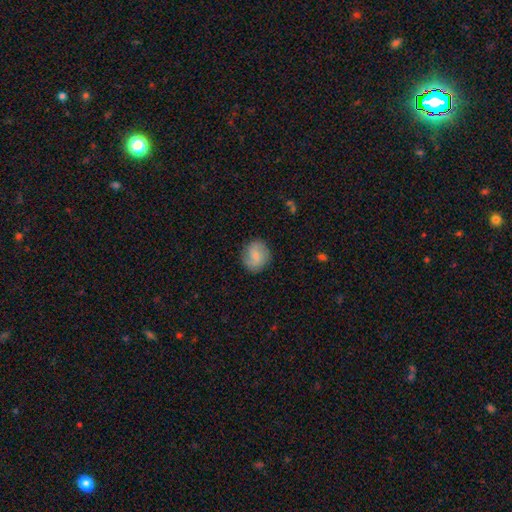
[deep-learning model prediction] Q: Smooth or featured?
A: smooth (65%); runner-up: featured or disk (28%)
Q: How rounded?
A: round (78%); runner-up: in between (21%)
Q: Merging?
A: none (83%); runner-up: minor disturbance (12%)